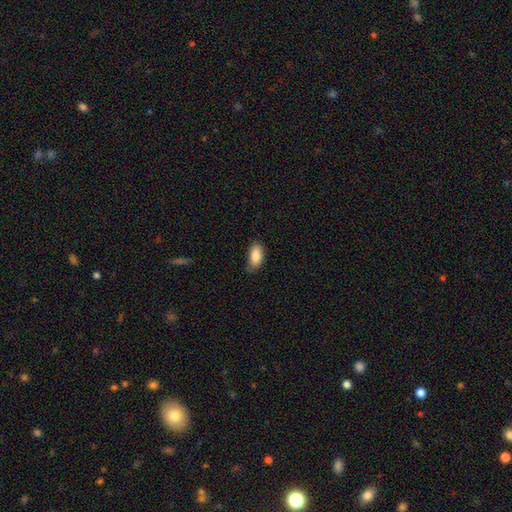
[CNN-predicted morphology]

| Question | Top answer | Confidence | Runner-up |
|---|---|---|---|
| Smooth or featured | smooth | 84% | featured or disk (9%) |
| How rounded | in between | 91% | cigar-shaped (6%) |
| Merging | none | 69% | minor disturbance (25%) |